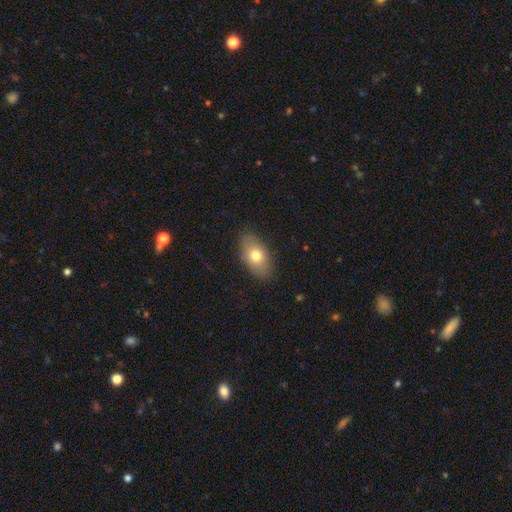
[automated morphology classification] Q: Smooth or featured?
A: smooth (72%); runner-up: featured or disk (20%)
Q: How rounded?
A: in between (90%); runner-up: round (7%)
Q: Merging?
A: none (84%); runner-up: minor disturbance (12%)